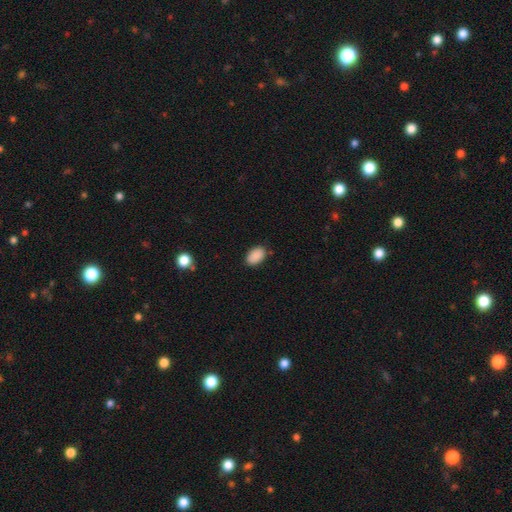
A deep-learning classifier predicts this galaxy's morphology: Overall: smooth (89%). How rounded: in between (91%). Merging: none (82%).